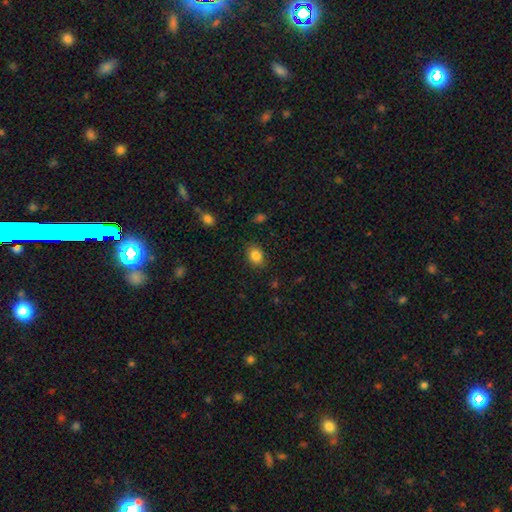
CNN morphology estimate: Overall: smooth (85%). How rounded: in between (61%; round 38%). Merging: none (85%).